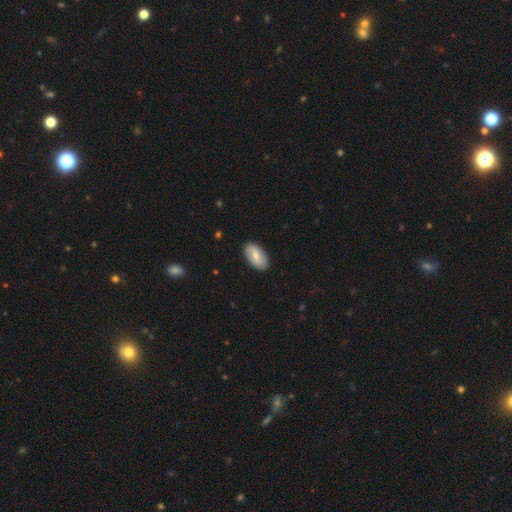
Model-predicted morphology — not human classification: A smooth galaxy with no disk features (64%) that is in between round and cigar-shaped (94%).

Vote fractions:
- Smooth or featured? smooth: 64% / featured or disk: 30% / star or artifact: 6%
- How rounded? in between: 94% / round: 3% / cigar-shaped: 3%
- Merging? none: 88% / minor disturbance: 9% / major disturbance: 2% / merger: 1%